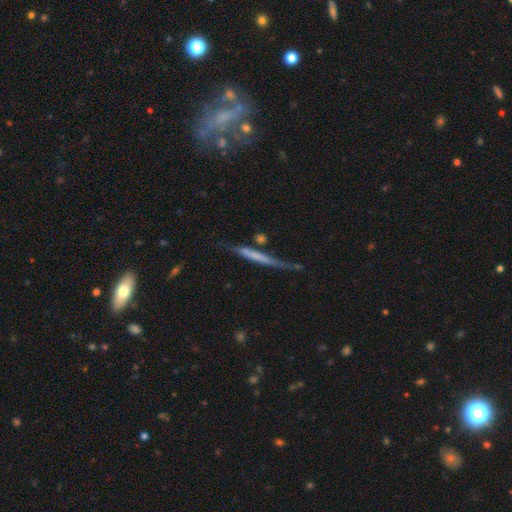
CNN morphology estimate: Smooth or featured?
  - featured or disk: 50% *
  - smooth: 44%
  - star or artifact: 7%
Merging?
  - none: 57% *
  - minor disturbance: 24%
  - major disturbance: 10%
  - merger: 9%